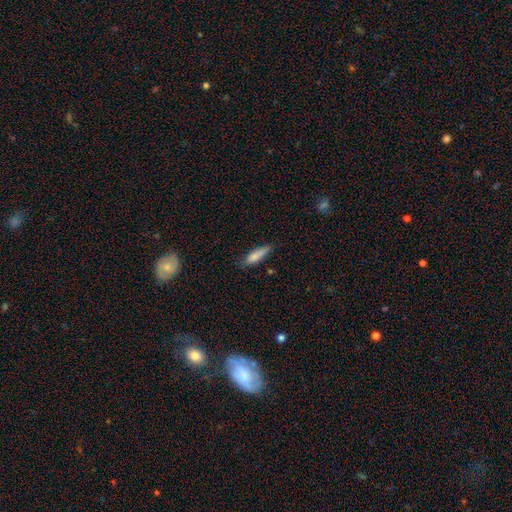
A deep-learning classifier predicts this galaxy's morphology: Smooth or featured? smooth (82%)
How rounded? cigar-shaped (65%)
Merging? none (73%)